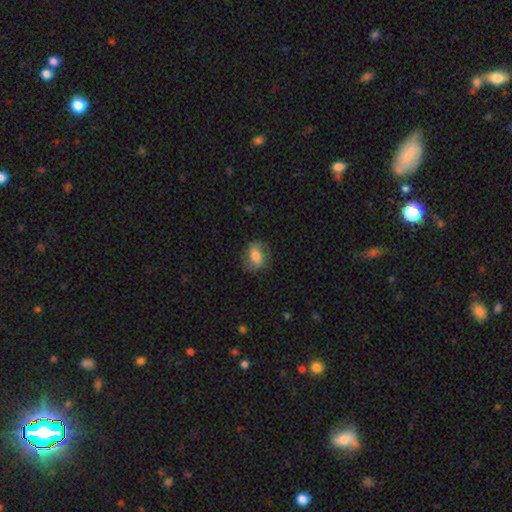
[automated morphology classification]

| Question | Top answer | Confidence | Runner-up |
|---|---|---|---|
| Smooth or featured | smooth | 55% | featured or disk (37%) |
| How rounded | in between | 71% | round (26%) |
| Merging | none | 73% | minor disturbance (17%) |